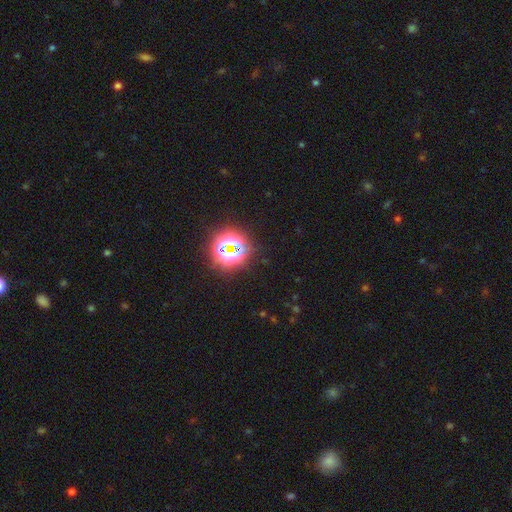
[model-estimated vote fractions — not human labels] Smooth or featured? Predicted: star or artifact (p=0.82).